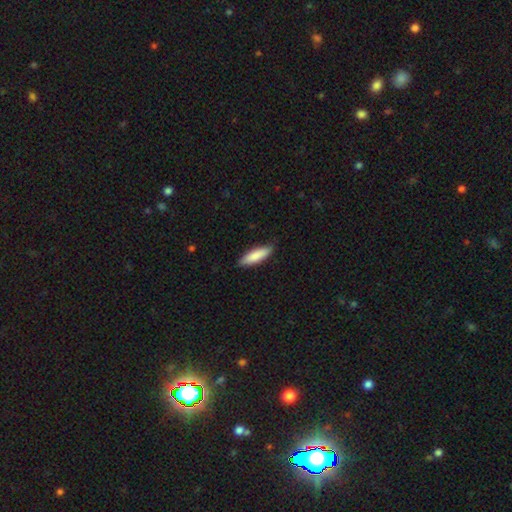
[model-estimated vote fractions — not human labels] smooth 85%, featured or disk 10%, star or artifact 5%. Down the decision tree: how rounded — cigar-shaped (55%); merging — none (85%).